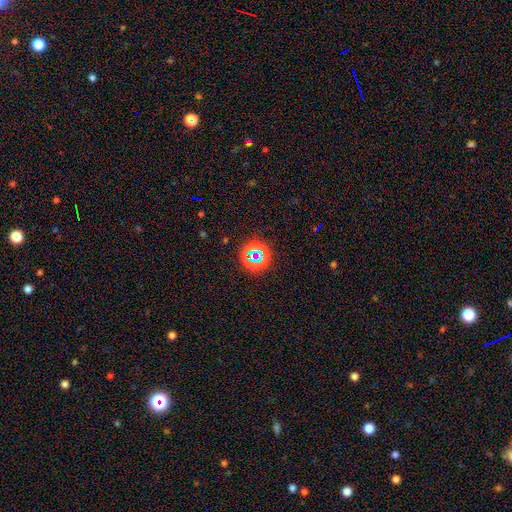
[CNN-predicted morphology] This appears to be a star or artifact, not a galaxy (68%).